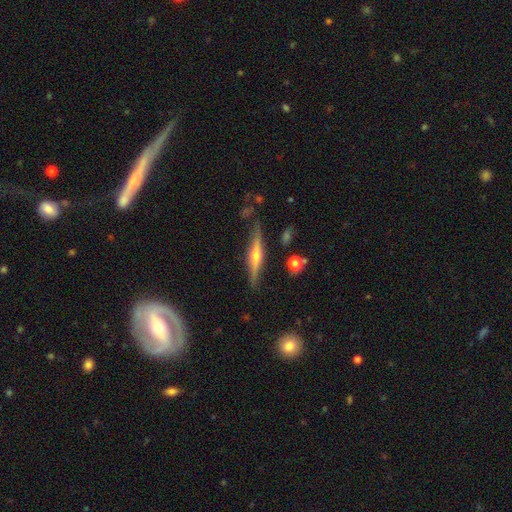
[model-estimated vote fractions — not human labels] Smooth or featured? Predicted: featured or disk (p=0.74). Edge-on disk? Predicted: yes (p=0.97). Edge-on bulge? Predicted: rounded (p=0.88). Merging? Predicted: none (p=0.84).